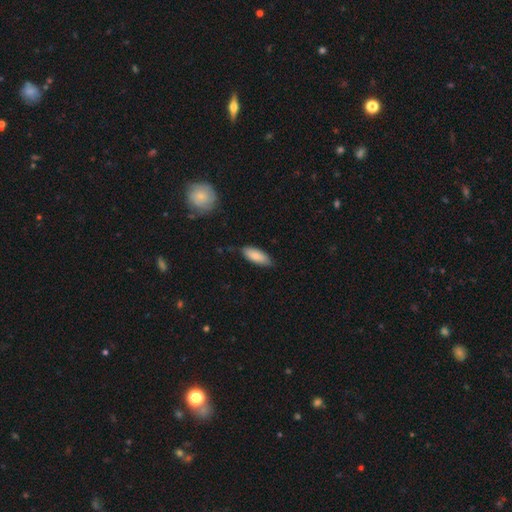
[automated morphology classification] Q: Smooth or featured?
A: smooth (84%); runner-up: featured or disk (10%)
Q: How rounded?
A: in between (78%); runner-up: cigar-shaped (21%)
Q: Merging?
A: none (77%); runner-up: minor disturbance (19%)